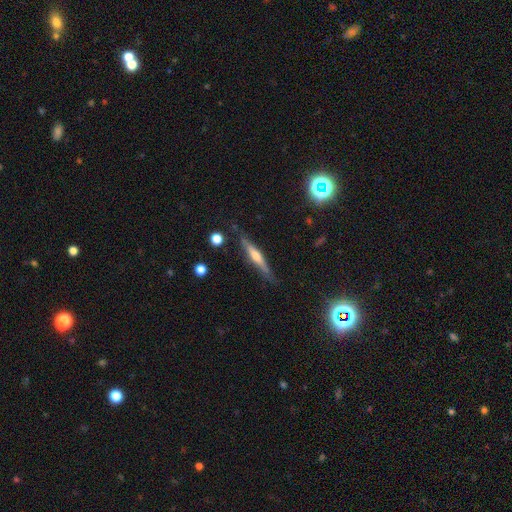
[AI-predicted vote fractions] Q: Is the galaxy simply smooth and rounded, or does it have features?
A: featured or disk — 61%.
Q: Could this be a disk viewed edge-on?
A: yes — 95%.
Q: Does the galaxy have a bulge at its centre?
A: rounded — 72%.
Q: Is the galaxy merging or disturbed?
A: none — 81%.